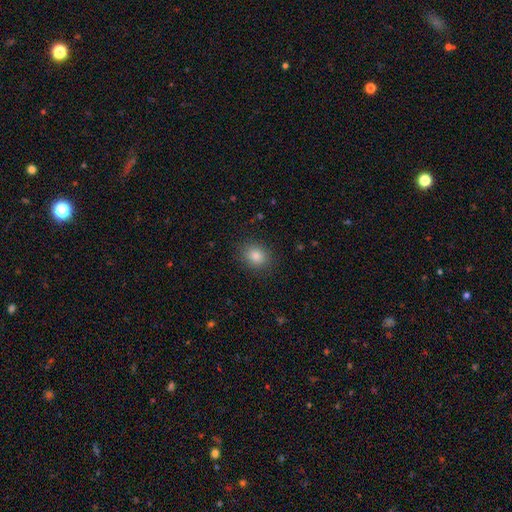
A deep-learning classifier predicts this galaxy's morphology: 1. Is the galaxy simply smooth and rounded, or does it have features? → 83% smooth, 11% star or artifact, 5% featured or disk.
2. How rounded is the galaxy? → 58% round, 41% in between, 1% cigar-shaped.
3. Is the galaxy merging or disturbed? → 89% none, 8% minor disturbance, 2% major disturbance, 1% merger.